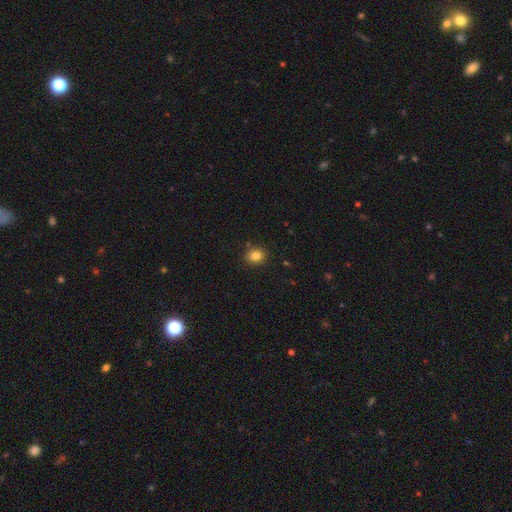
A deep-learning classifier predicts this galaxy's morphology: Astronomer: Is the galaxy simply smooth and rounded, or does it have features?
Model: smooth — 82%.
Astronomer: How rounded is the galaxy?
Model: round — 70%.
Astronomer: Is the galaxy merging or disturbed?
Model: none — 87%.